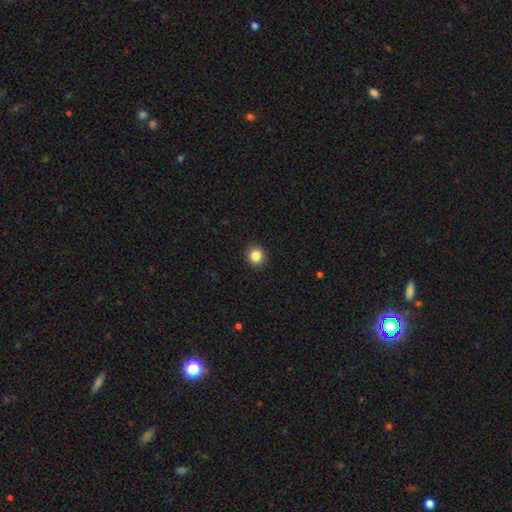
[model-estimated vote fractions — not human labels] Q: Smooth or featured?
A: smooth (85%); runner-up: star or artifact (11%)
Q: How rounded?
A: round (89%); runner-up: in between (10%)
Q: Merging?
A: none (92%); runner-up: minor disturbance (5%)